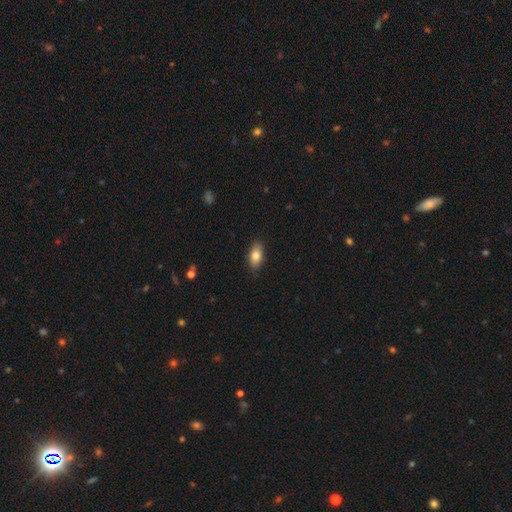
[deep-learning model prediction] smooth 81%, featured or disk 12%, star or artifact 7%. Down the decision tree: how rounded — in between (89%); merging — none (85%).